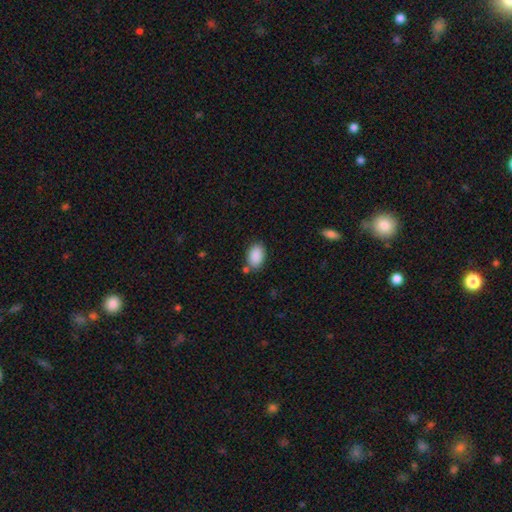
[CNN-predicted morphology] The model was most divided on "merging": none: 76%, minor disturbance: 13%, merger: 7%, major disturbance: 4%. More confident: smooth or featured — smooth (90%); how rounded — in between (89%).